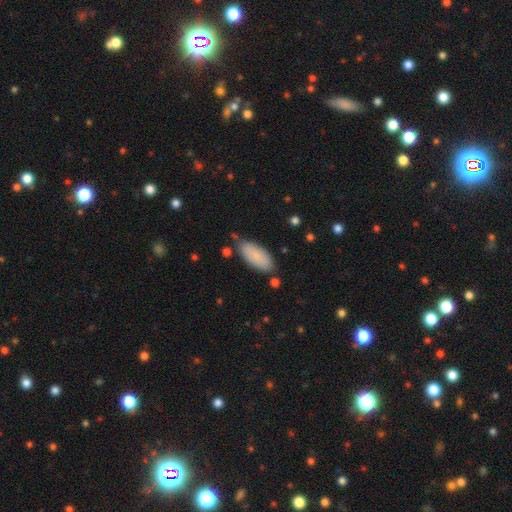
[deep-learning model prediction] Q: Smooth or featured?
A: smooth (85%); runner-up: featured or disk (9%)
Q: How rounded?
A: in between (88%); runner-up: cigar-shaped (10%)
Q: Merging?
A: none (79%); runner-up: minor disturbance (15%)